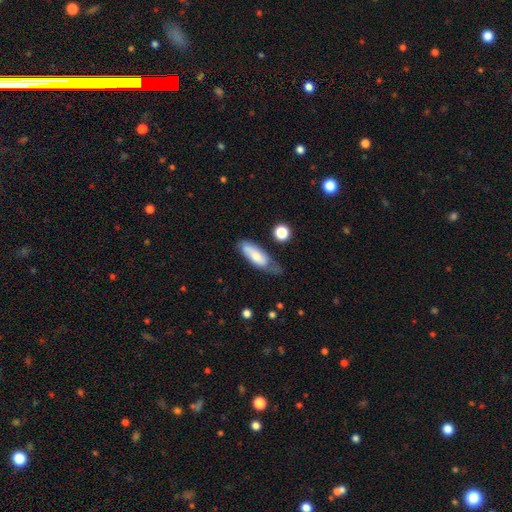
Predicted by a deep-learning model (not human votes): Smooth or featured? Predicted: smooth (p=0.64). How rounded? Predicted: in between (p=0.63). Merging? Predicted: none (p=0.42).